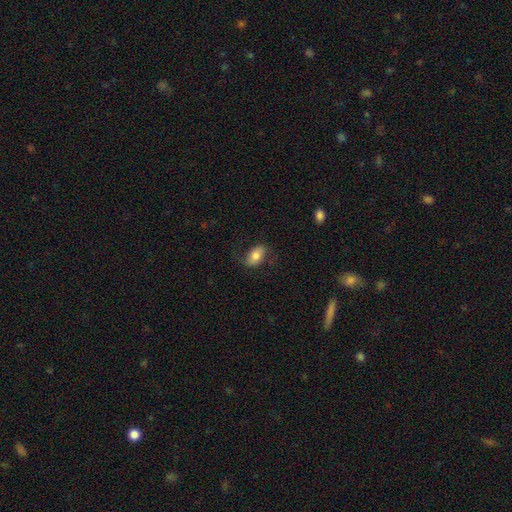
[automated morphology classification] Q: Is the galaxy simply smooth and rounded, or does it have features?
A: smooth — 72%.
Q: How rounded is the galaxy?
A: in between — 91%.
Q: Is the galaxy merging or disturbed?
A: none — 70%.